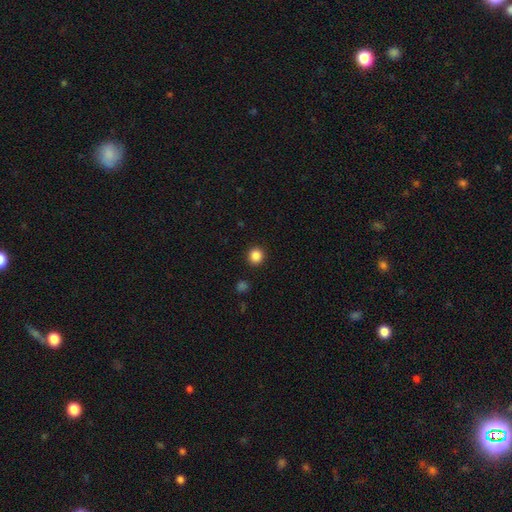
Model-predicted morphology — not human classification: This appears to be a smooth galaxy with no disk features (86%) that is round (91%). Merging: none (92%).